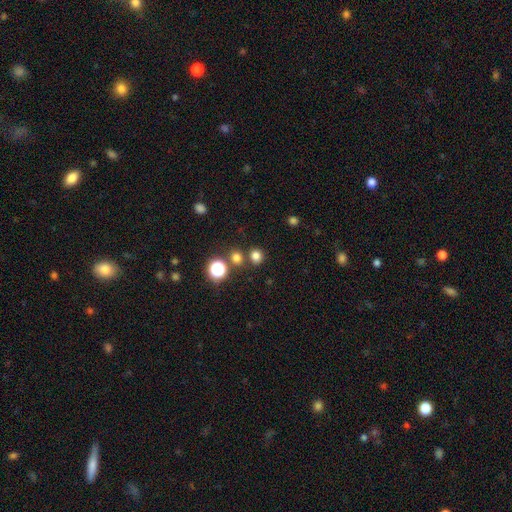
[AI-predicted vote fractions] Smooth or featured? Predicted: smooth (p=0.76). How rounded? Predicted: round (p=0.86). Merging? Predicted: none (p=0.78).